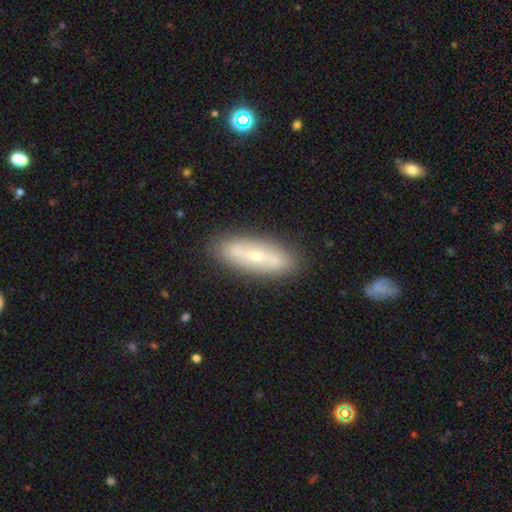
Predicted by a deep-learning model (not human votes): Q: Smooth or featured?
A: featured or disk (54%); runner-up: smooth (39%)
Q: Edge-on disk?
A: no (67%); runner-up: yes (33%)
Q: Merging?
A: none (86%); runner-up: minor disturbance (10%)